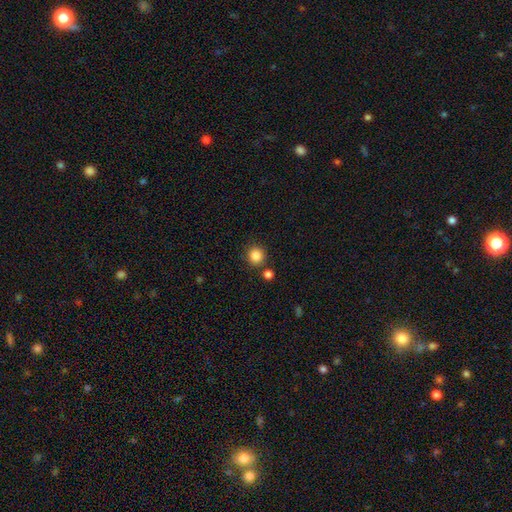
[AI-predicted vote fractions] Q: Smooth or featured?
A: smooth (85%); runner-up: star or artifact (11%)
Q: How rounded?
A: round (93%); runner-up: in between (6%)
Q: Merging?
A: none (84%); runner-up: merger (7%)